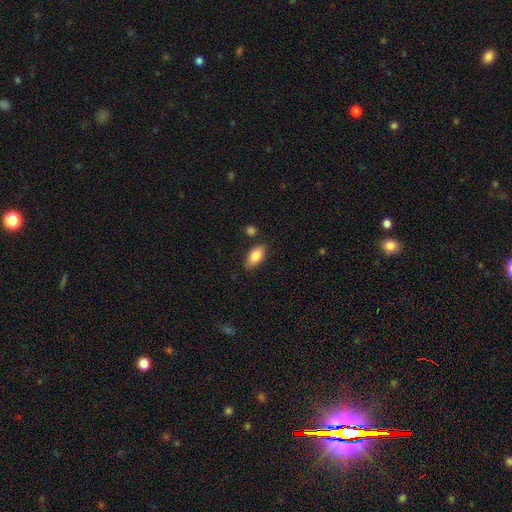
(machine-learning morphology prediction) type=smooth (81%); roundness=in between (90%); merging=none (79%).